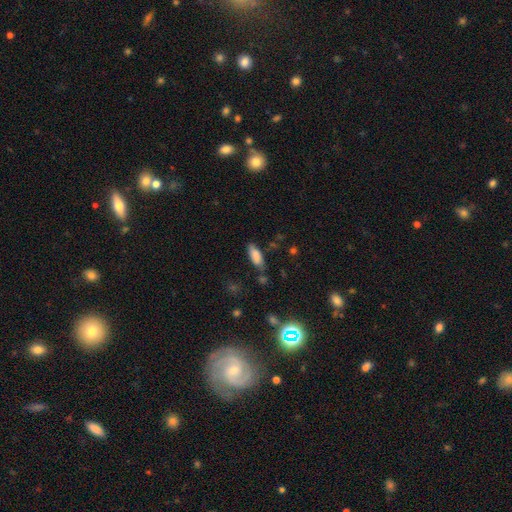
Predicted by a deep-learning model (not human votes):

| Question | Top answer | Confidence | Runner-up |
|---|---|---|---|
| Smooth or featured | smooth | 83% | featured or disk (9%) |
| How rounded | in between | 76% | cigar-shaped (22%) |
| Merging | none | 69% | minor disturbance (21%) |